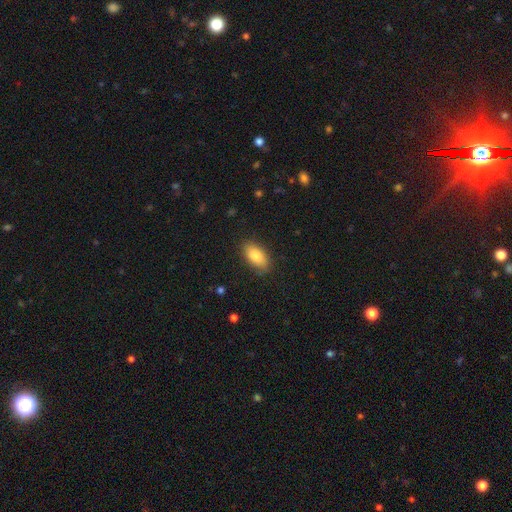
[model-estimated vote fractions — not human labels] A smooth galaxy with no disk features (84%) that is in between round and cigar-shaped (92%). Merging: none (83%).